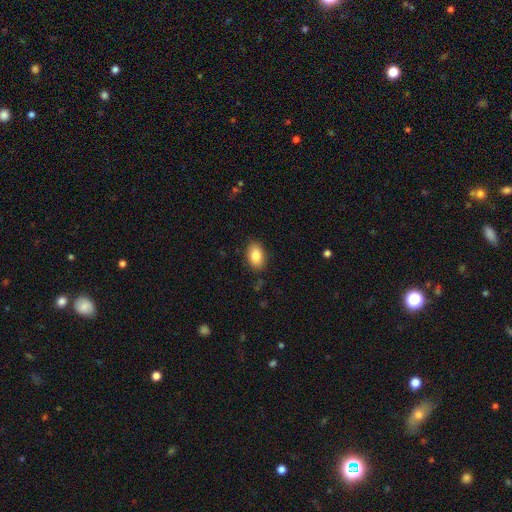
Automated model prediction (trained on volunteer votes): smooth_or_featured: smooth (p=0.85) [alt: featured or disk p=0.08]
how_rounded: in between (p=0.88) [alt: round p=0.11]
merging: none (p=0.87) [alt: minor disturbance p=0.10]